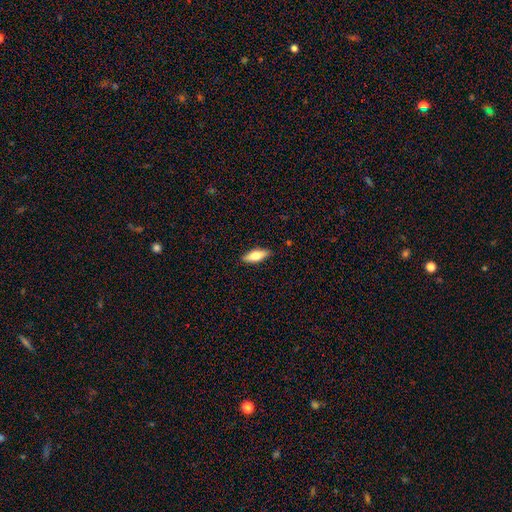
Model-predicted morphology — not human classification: A smooth galaxy with no disk features (71%) that is in between round and cigar-shaped (67%). Merging: none (88%).